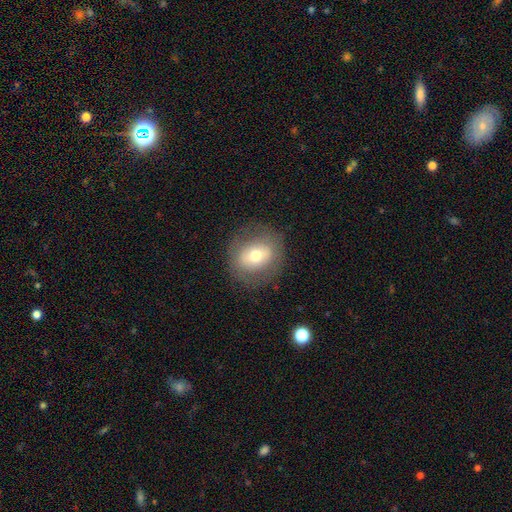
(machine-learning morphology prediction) A smooth galaxy with no disk features (59%) that is round (69%). Merging: none (81%).